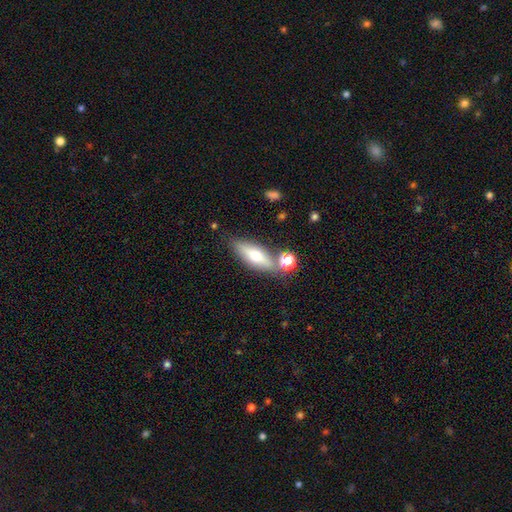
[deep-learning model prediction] A smooth galaxy with no disk features (56%) that is in between round and cigar-shaped (55%). Merging: none (71%).